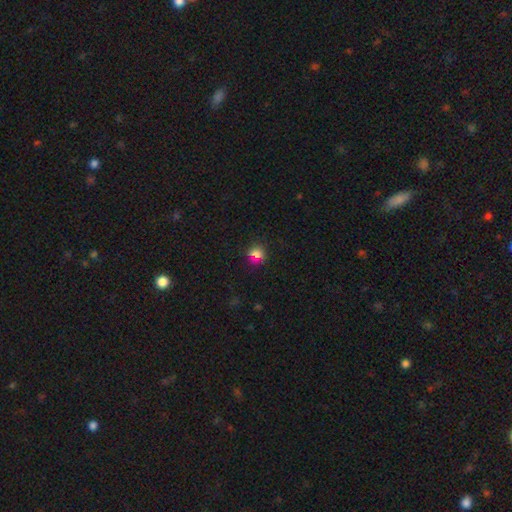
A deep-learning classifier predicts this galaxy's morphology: Q: Smooth or featured?
A: smooth (72%); runner-up: star or artifact (20%)
Q: How rounded?
A: round (88%); runner-up: in between (11%)
Q: Merging?
A: none (84%); runner-up: minor disturbance (10%)